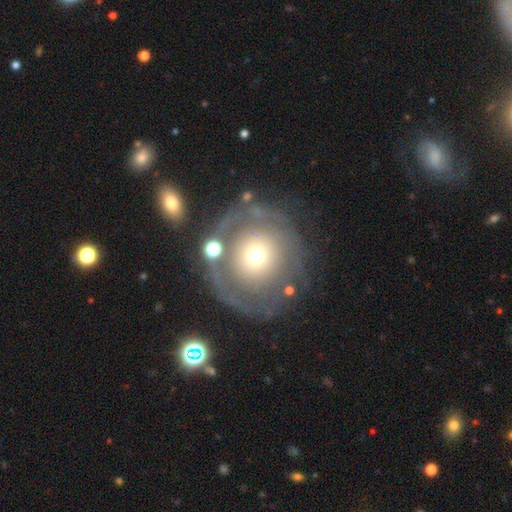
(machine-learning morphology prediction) type=featured or disk (54%); edge-on=no (95%); bar=no (89%); spiral arms=no (56%); bulge=moderate (50%); merging=none (62%).